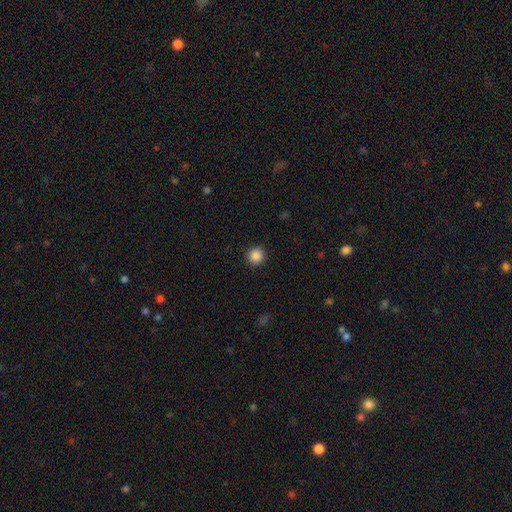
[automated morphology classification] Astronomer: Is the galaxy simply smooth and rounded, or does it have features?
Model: smooth — 87%.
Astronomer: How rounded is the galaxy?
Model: round — 93%.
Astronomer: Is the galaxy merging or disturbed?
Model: none — 92%.